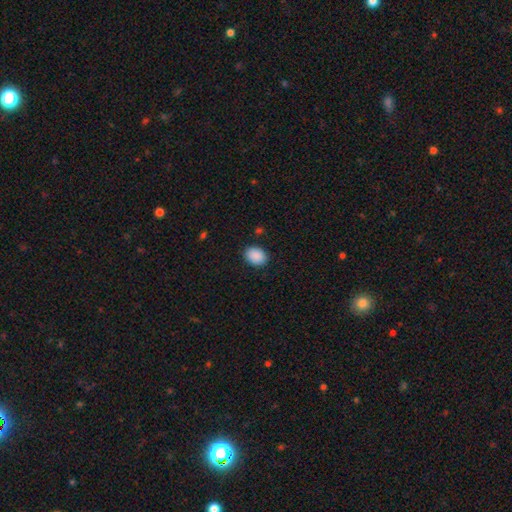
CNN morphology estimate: Smooth or featured? smooth (90%)
How rounded? in between (61%)
Merging? none (88%)